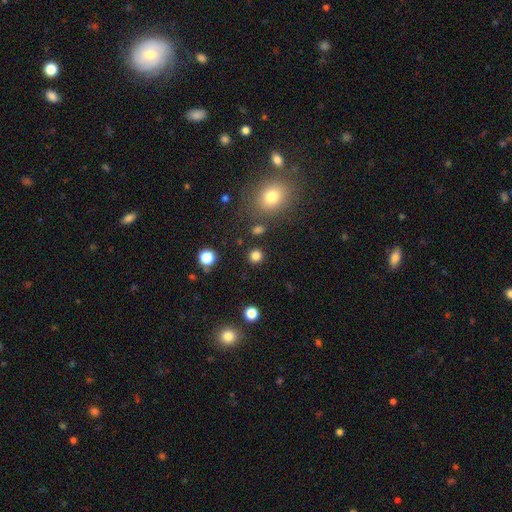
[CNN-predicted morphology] smooth-or-featured: smooth: 81% | star or artifact: 15% | featured or disk: 4%
  how-rounded: round: 91% | in between: 8% | cigar-shaped: 1%
  merging: none: 88% | minor disturbance: 6% | merger: 3% | major disturbance: 3%